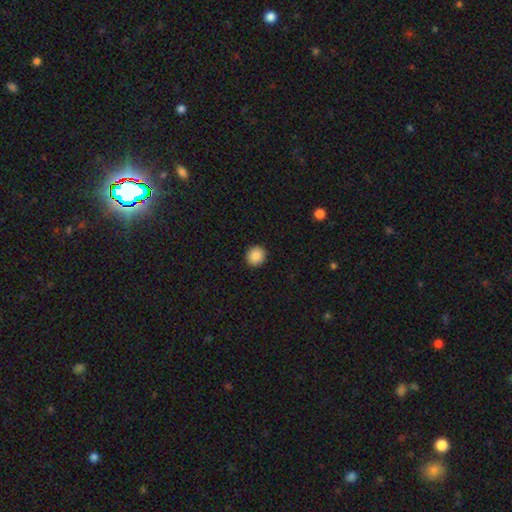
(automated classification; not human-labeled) smooth_or_featured: smooth (p=0.89) [alt: star or artifact p=0.09]
how_rounded: round (p=0.91) [alt: in between p=0.08]
merging: none (p=0.92) [alt: minor disturbance p=0.05]